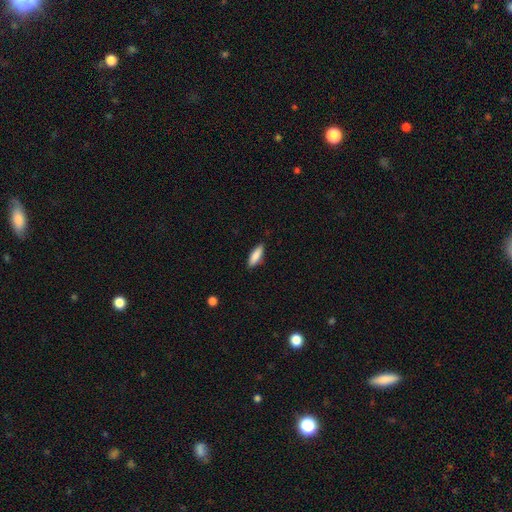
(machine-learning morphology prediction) smooth_or_featured: smooth (p=0.85) [alt: featured or disk p=0.10]
how_rounded: in between (p=0.51) [alt: cigar-shaped p=0.47]
merging: none (p=0.87) [alt: minor disturbance p=0.10]